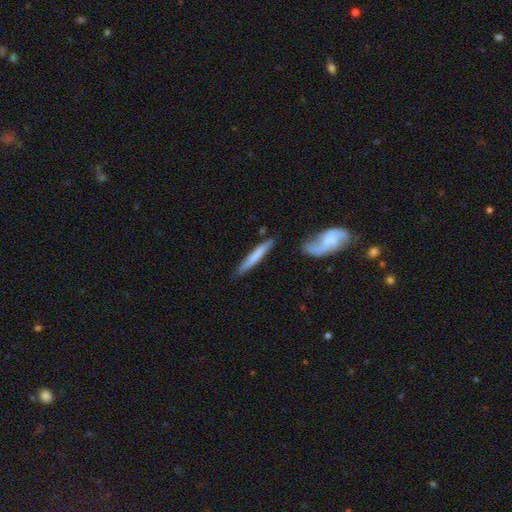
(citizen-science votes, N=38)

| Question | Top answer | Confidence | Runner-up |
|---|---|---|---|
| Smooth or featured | smooth | 66% | featured or disk (32%) |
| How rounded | cigar-shaped | 92% | in between (8%) |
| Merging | none | 78% | minor disturbance (11%) |